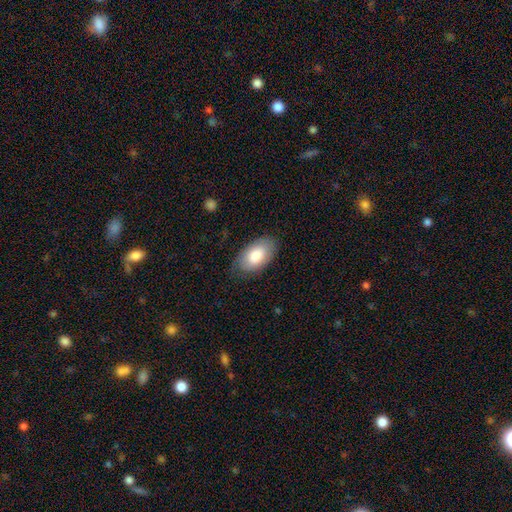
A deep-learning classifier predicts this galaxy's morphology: This appears to be a smooth galaxy with no disk features (80%) that is in between round and cigar-shaped (95%). Merging: none (78%).